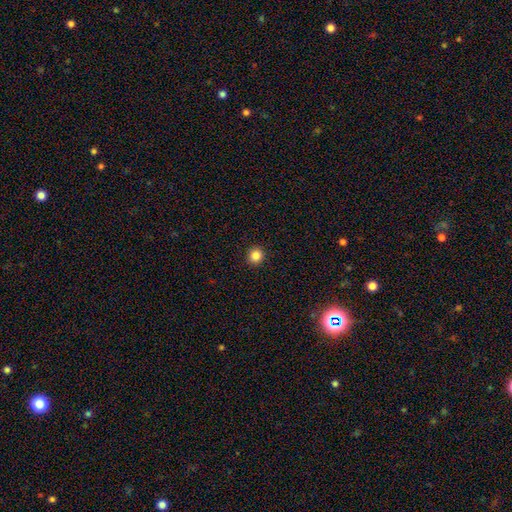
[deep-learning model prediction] Smooth or featured? smooth (85%)
How rounded? round (93%)
Merging? none (94%)